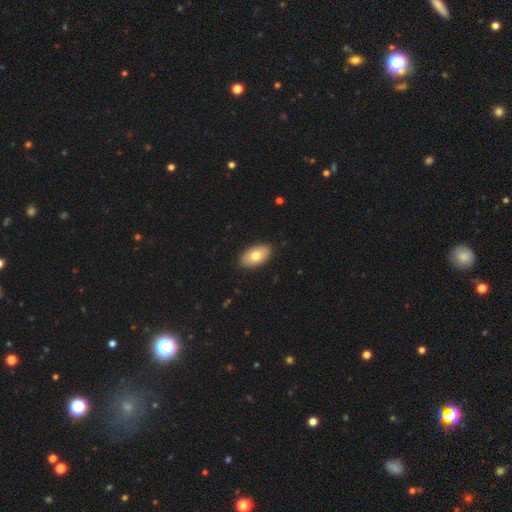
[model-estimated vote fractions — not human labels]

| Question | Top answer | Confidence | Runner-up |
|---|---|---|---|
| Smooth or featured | smooth | 74% | featured or disk (20%) |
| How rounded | in between | 94% | round (5%) |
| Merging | none | 88% | minor disturbance (10%) |